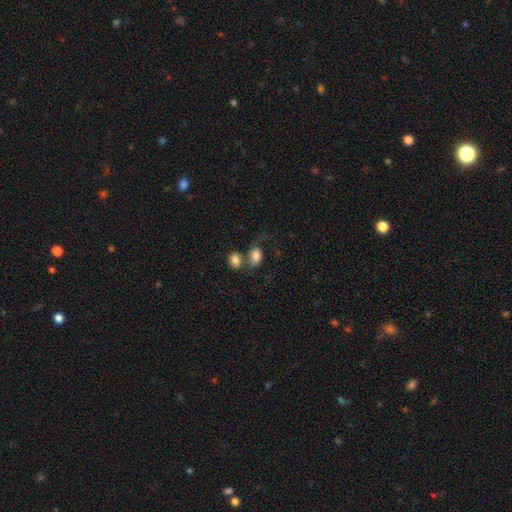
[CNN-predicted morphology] type=smooth (81%); roundness=in between (76%); merging=merger (44%).